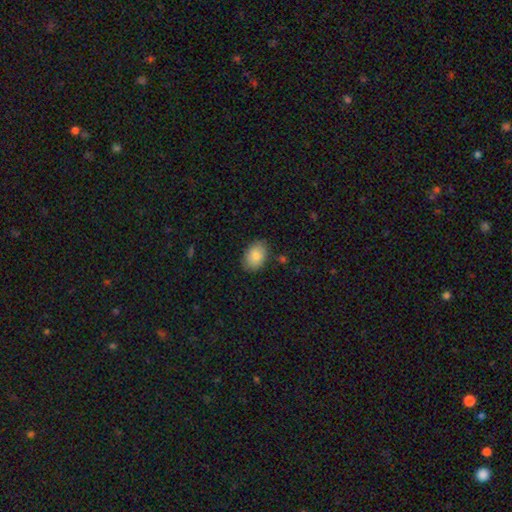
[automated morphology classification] Overall: smooth (83%). How rounded: in between (82%). Merging: none (82%).